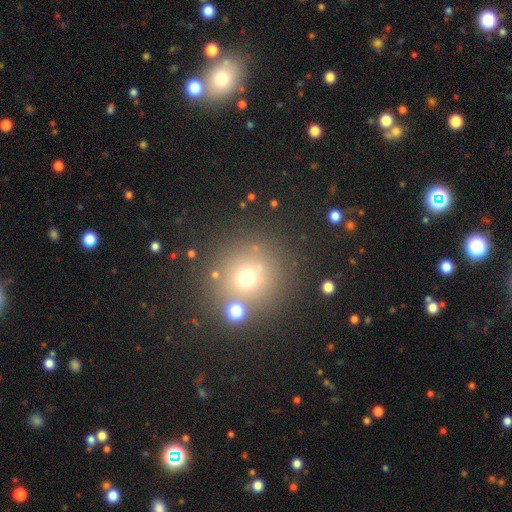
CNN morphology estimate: Smooth or featured: smooth — 58% (star or artifact — 30%)
How rounded: round — 90% (in between — 8%)
Merging: none — 77% (merger — 11%)